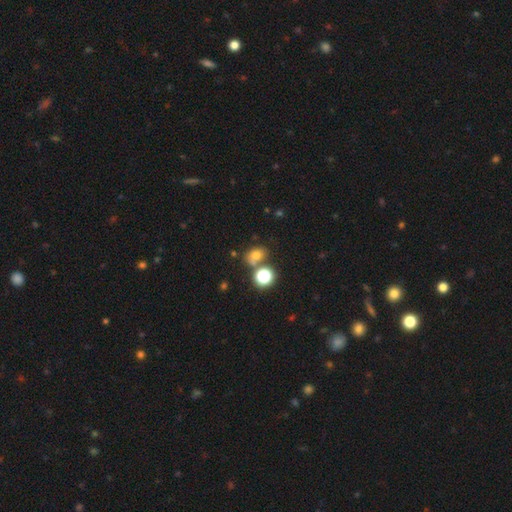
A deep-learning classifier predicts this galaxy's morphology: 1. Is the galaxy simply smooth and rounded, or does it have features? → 69% smooth, 21% star or artifact, 10% featured or disk.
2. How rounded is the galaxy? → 51% in between, 47% round, 1% cigar-shaped.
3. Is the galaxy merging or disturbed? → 60% none, 23% merger, 12% minor disturbance, 5% major disturbance.